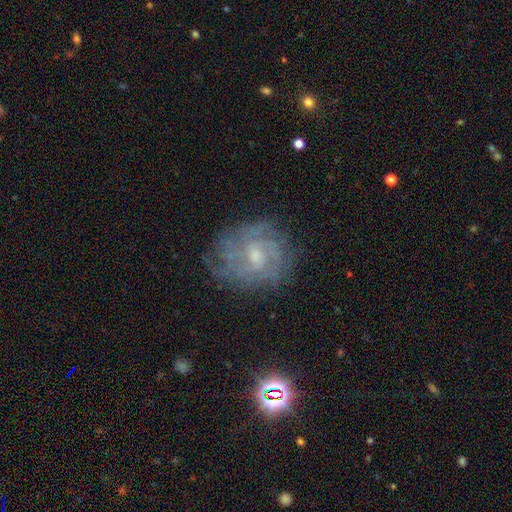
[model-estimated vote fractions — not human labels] Smooth or featured?
  - featured or disk: 77% *
  - smooth: 13%
  - star or artifact: 10%
Edge-on disk?
  - no: 97% *
  - yes: 3%
Bar?
  - no: 49% *
  - weak: 44%
  - strong: 7%
Spiral arms?
  - yes: 89% *
  - no: 11%
Spiral winding?
  - tight: 62% *
  - medium: 30%
  - loose: 9%
Spiral arm count?
  - can't tell: 47% *
  - 2: 16%
  - 3: 15%
  - 4: 12%
  - more than 4: 6%
  - 1: 5%
Bulge size?
  - small: 50% *
  - moderate: 40%
  - none: 7%
  - large: 2%
  - dominant: 1%
Merging?
  - none: 74% *
  - minor disturbance: 16%
  - major disturbance: 8%
  - merger: 1%